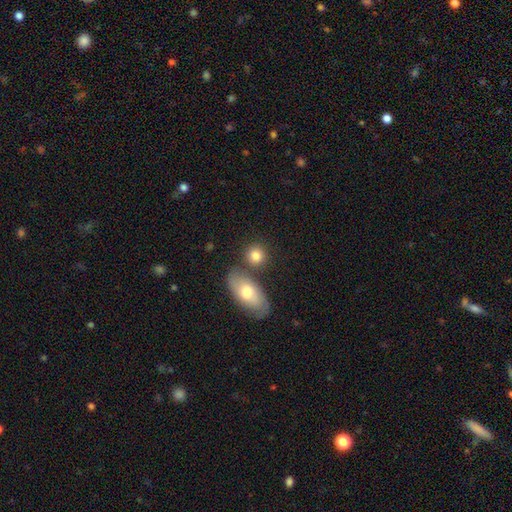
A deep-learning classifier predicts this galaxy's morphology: Smooth or featured? Predicted: smooth (p=0.81). How rounded? Predicted: round (p=0.76). Merging? Predicted: none (p=0.66).